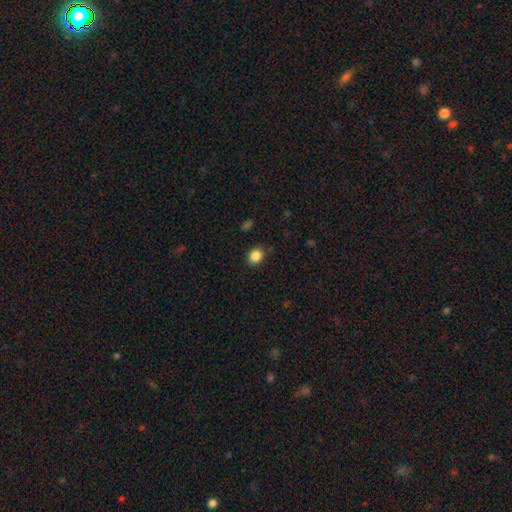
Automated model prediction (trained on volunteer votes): The model was most divided on "how rounded": round: 54%, in between: 45%, cigar-shaped: 1%. More confident: merging — none (87%); smooth or featured — smooth (86%).